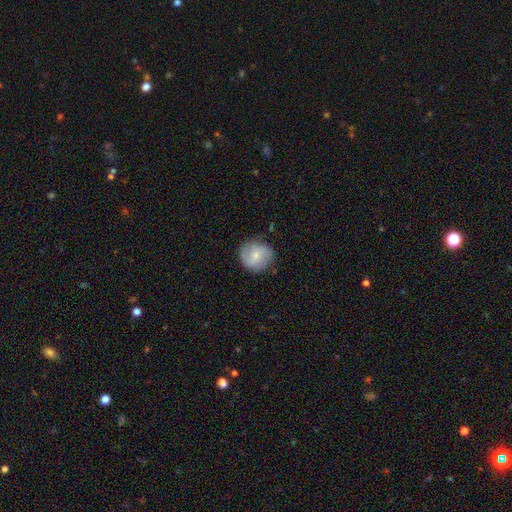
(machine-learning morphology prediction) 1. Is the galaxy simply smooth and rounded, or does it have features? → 58% smooth, 35% featured or disk, 7% star or artifact.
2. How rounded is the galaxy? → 90% round, 9% in between, 1% cigar-shaped.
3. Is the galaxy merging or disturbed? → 83% none, 12% minor disturbance, 3% major disturbance, 1% merger.